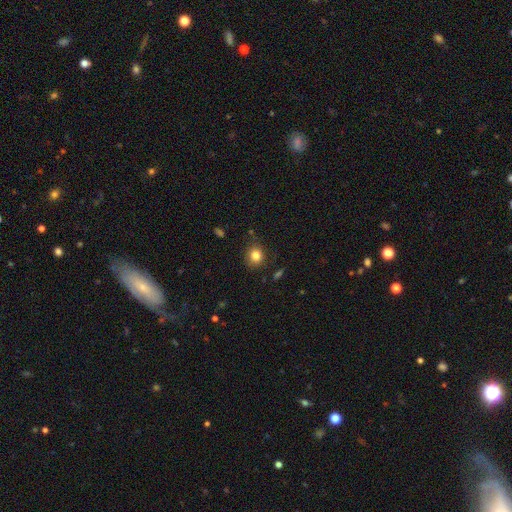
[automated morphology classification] This is clearly a smooth galaxy (83%). How rounded: likely round (75%). Merging: clearly none (82%).